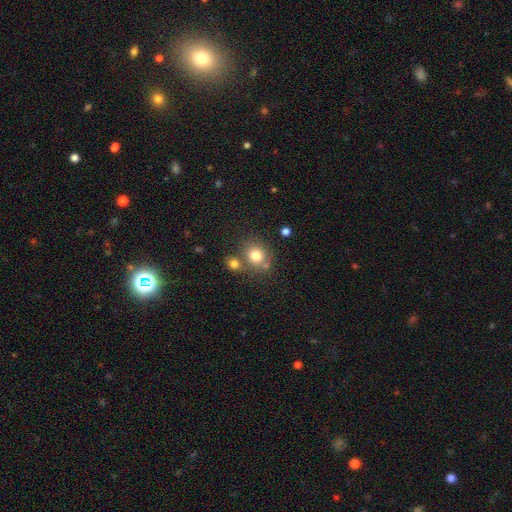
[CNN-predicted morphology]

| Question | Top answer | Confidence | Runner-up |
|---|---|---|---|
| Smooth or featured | smooth | 78% | star or artifact (12%) |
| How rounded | round | 74% | in between (25%) |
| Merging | none | 62% | merger (23%) |